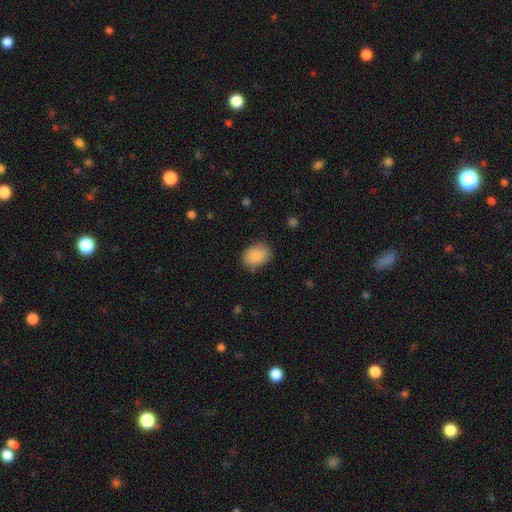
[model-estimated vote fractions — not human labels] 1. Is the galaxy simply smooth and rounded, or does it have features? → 89% smooth, 7% star or artifact, 4% featured or disk.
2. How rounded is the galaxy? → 72% in between, 27% round, 1% cigar-shaped.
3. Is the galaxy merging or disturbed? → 80% none, 15% minor disturbance, 4% major disturbance, 1% merger.